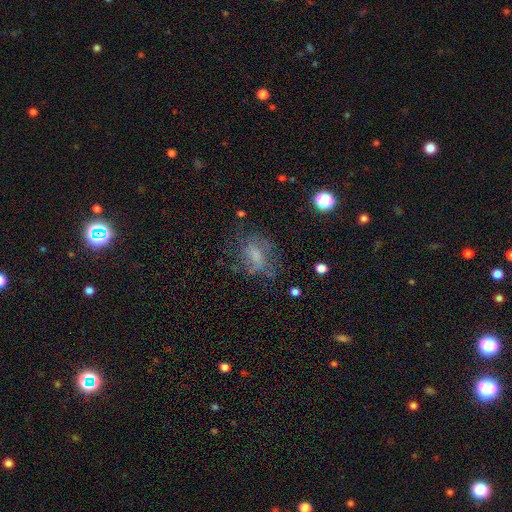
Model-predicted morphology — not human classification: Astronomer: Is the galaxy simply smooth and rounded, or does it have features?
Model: featured or disk — 47% (runner-up: smooth, 39%).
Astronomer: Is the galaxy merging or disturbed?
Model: none — 54%.